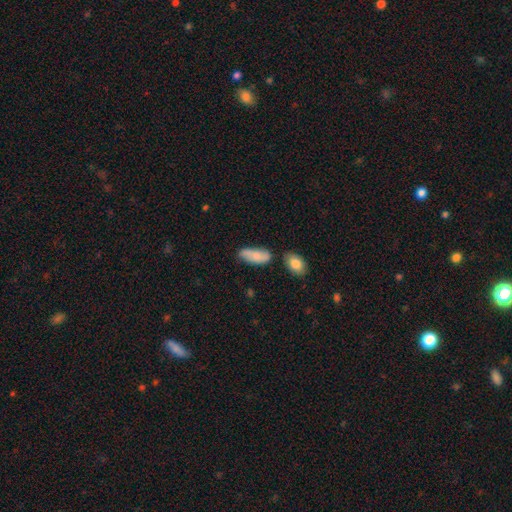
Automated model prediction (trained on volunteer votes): The model was most divided on "merging": none: 63%, minor disturbance: 22%, merger: 10%, major disturbance: 5%. More confident: how rounded — in between (84%); smooth or featured — smooth (80%).